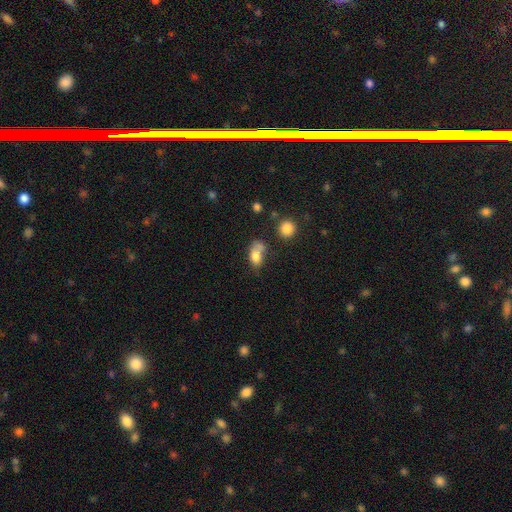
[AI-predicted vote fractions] Smooth or featured? smooth (77%)
How rounded? in between (81%)
Merging? none (33%)